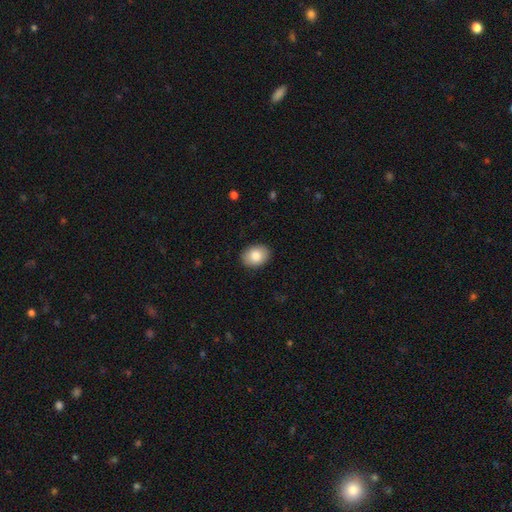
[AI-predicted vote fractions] smooth_or_featured: smooth (p=0.84) [alt: featured or disk p=0.09]
how_rounded: in between (p=0.70) [alt: round p=0.29]
merging: none (p=0.90) [alt: minor disturbance p=0.07]